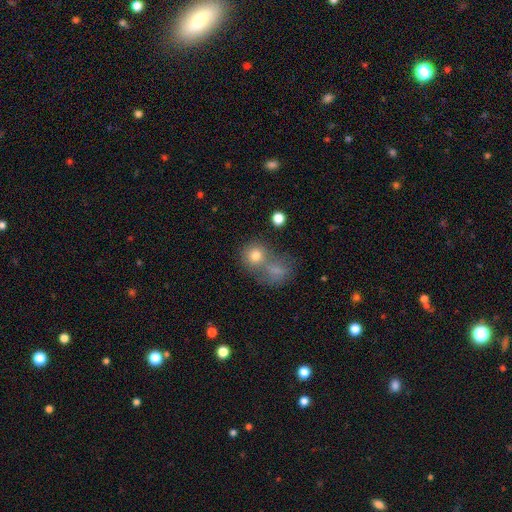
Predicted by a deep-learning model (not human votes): A smooth galaxy with no disk features (76%) that is round (79%). Merging: none (43%).